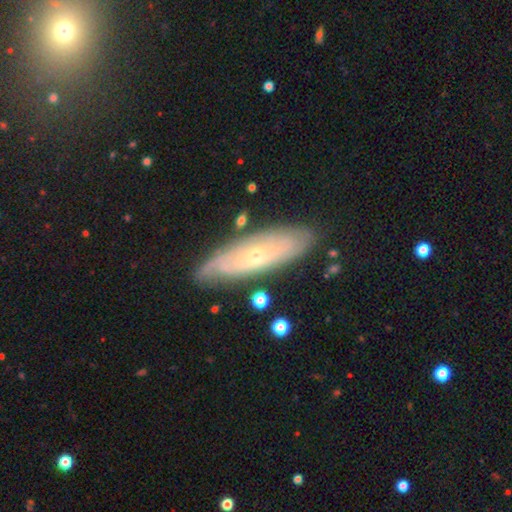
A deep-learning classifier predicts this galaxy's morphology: smooth-or-featured: featured or disk: 71% | smooth: 23% | star or artifact: 6%
  disk-edge-on: no: 75% | yes: 25%
    bar: no: 60% | weak: 31% | strong: 9%
    has-spiral-arms: yes: 80% | no: 20%
    bulge-size: small: 71% | moderate: 26% | large: 1% | none: 1% | dominant: 1%
  merging: none: 79% | minor disturbance: 15% | major disturbance: 4% | merger: 2%